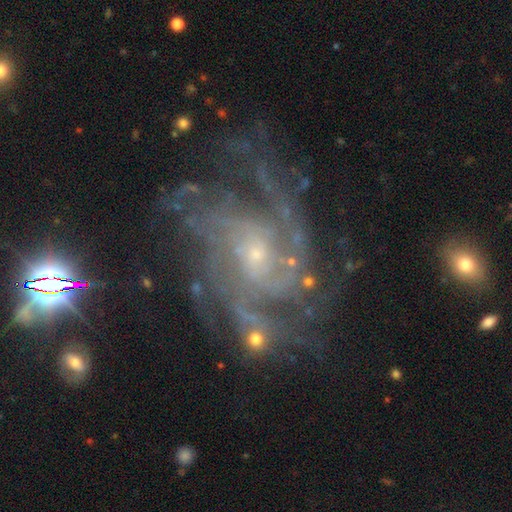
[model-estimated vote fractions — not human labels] Smooth or featured? featured or disk (89%)
Edge-on disk? no (97%)
Bar? no (63%)
Spiral arms? yes (97%)
Spiral winding? tight (46%)
Spiral arm count? can't tell (25%)
Bulge size? small (74%)
Merging? none (64%)